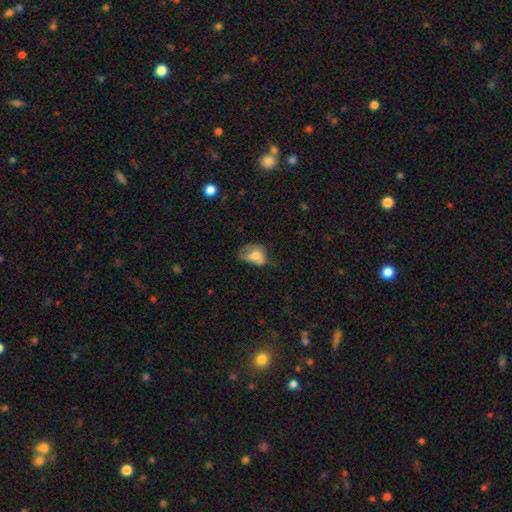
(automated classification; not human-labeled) Q: Smooth or featured?
A: smooth (65%); runner-up: featured or disk (25%)
Q: How rounded?
A: in between (72%); runner-up: round (27%)
Q: Merging?
A: minor disturbance (34%); runner-up: major disturbance (30%)